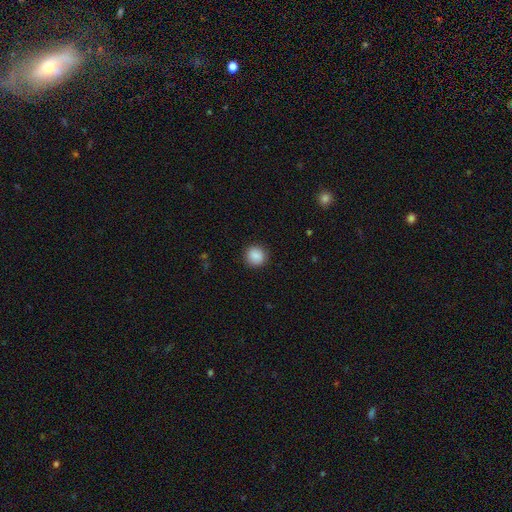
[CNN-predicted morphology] smooth 89%, star or artifact 8%, featured or disk 3%. Down the decision tree: how rounded — round (91%); merging — none (91%).